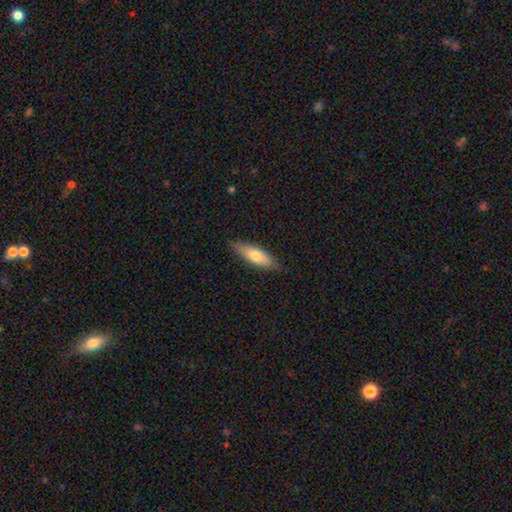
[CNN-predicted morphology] A smooth galaxy with no disk features (70%) that is cigar-shaped (49%, tied with in between). Merging: none (84%).